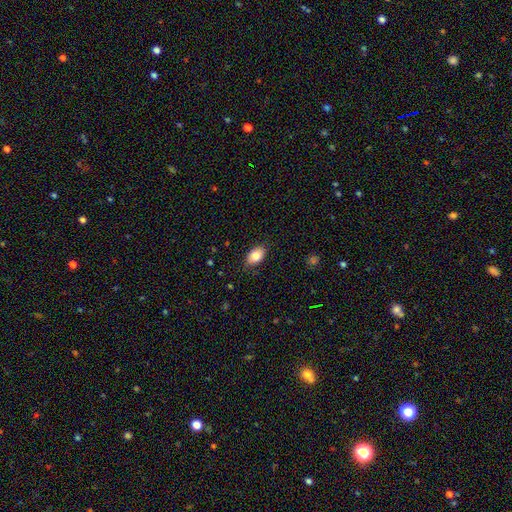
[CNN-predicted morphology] Smooth or featured: smooth — 84% (featured or disk — 9%)
How rounded: in between — 88% (round — 10%)
Merging: none — 83% (minor disturbance — 13%)